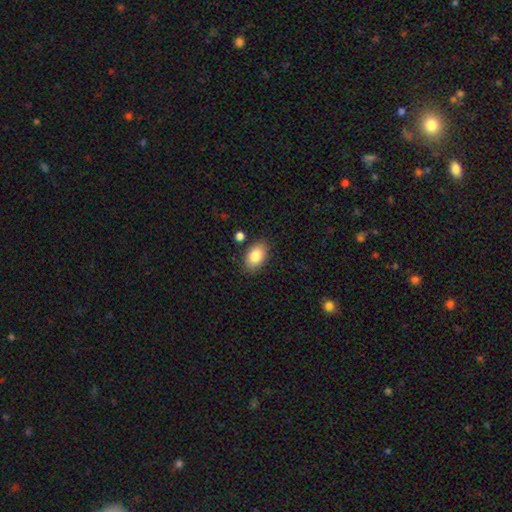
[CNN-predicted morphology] Smooth or featured?
  - smooth: 85% *
  - featured or disk: 8%
  - star or artifact: 7%
How rounded?
  - in between: 90% *
  - round: 9%
  - cigar-shaped: 1%
Merging?
  - none: 83% *
  - minor disturbance: 11%
  - merger: 3%
  - major disturbance: 3%